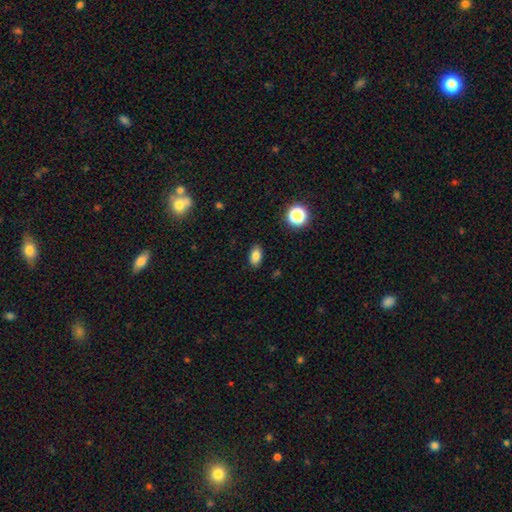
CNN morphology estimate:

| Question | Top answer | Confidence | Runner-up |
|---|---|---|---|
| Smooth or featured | smooth | 82% | star or artifact (11%) |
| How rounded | in between | 89% | round (9%) |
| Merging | none | 88% | minor disturbance (9%) |